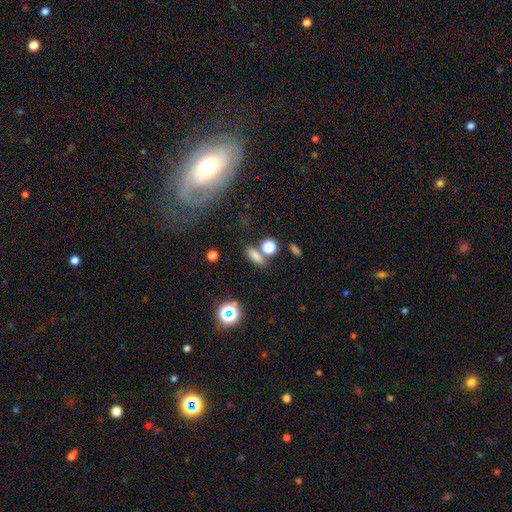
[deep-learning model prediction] smooth-or-featured: smooth: 74% | star or artifact: 18% | featured or disk: 8%
  how-rounded: in between: 58% | cigar-shaped: 28% | round: 14%
  merging: none: 69% | merger: 16% | minor disturbance: 11% | major disturbance: 5%